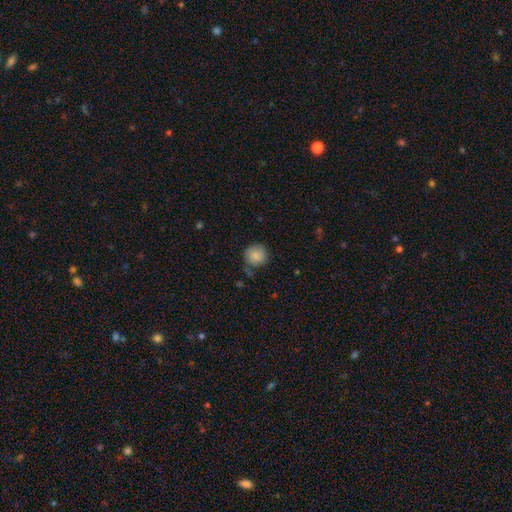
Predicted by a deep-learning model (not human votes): The model was most divided on "merging": none: 73%, minor disturbance: 19%, major disturbance: 5%, merger: 3%. More confident: how rounded — round (91%); smooth or featured — smooth (86%).